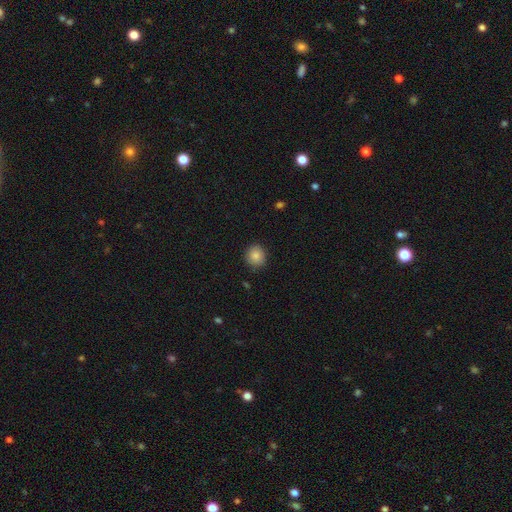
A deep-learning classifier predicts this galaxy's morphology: Q: Smooth or featured?
A: smooth (87%); runner-up: star or artifact (9%)
Q: How rounded?
A: round (82%); runner-up: in between (17%)
Q: Merging?
A: none (87%); runner-up: minor disturbance (10%)